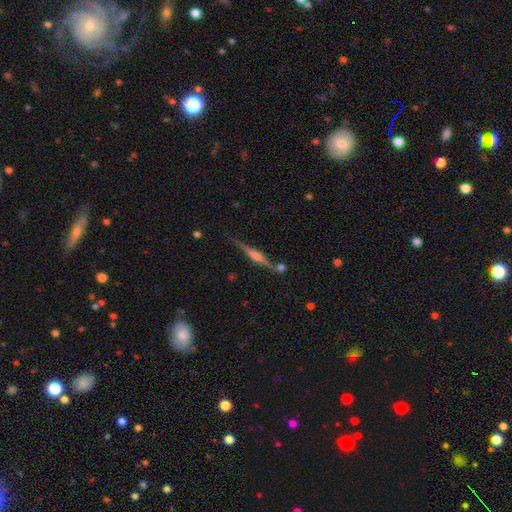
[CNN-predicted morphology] type=featured or disk (76%); edge-on=yes (98%); edge-on bulge=rounded (67%); merging=none (79%).